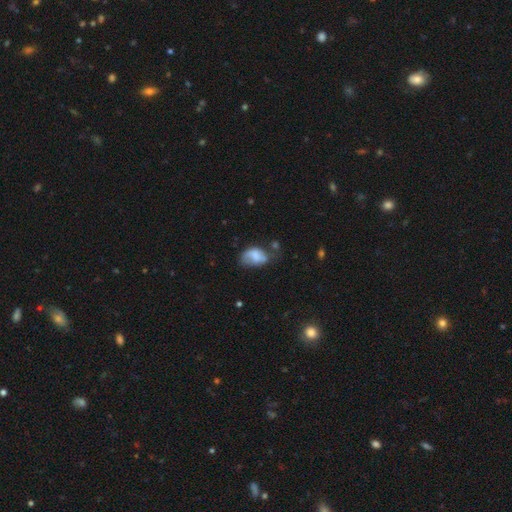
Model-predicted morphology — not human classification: A smooth galaxy with no disk features (63%) that is in between round and cigar-shaped (85%). Merging: minor disturbance (35%).